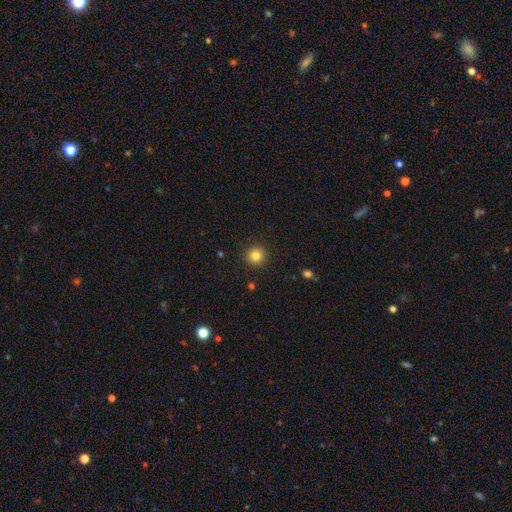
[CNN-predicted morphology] The model was most divided on "smooth or featured": smooth: 82%, star or artifact: 12%, featured or disk: 6%. More confident: how rounded — round (95%); merging — none (92%).